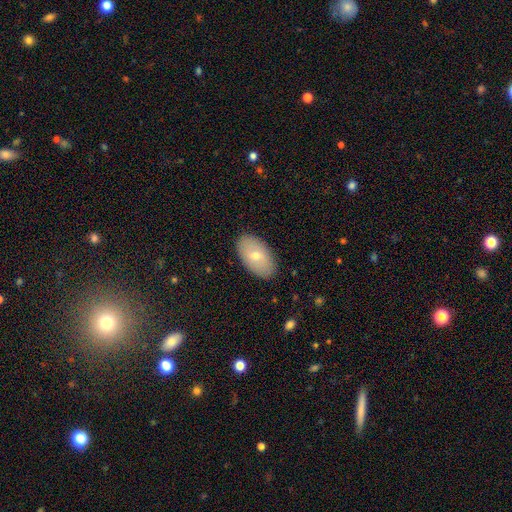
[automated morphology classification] Overall: smooth (67%). How rounded: in between (94%). Merging: none (88%).